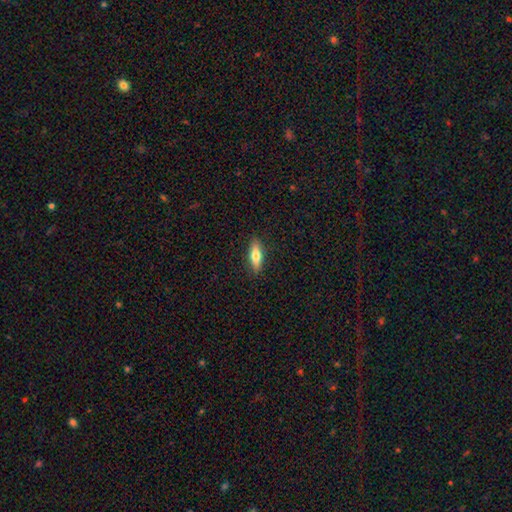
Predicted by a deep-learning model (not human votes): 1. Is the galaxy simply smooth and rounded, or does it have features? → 67% smooth, 27% featured or disk, 6% star or artifact.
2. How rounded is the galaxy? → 52% in between, 46% cigar-shaped, 3% round.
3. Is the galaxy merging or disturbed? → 89% none, 8% minor disturbance, 2% major disturbance, 1% merger.